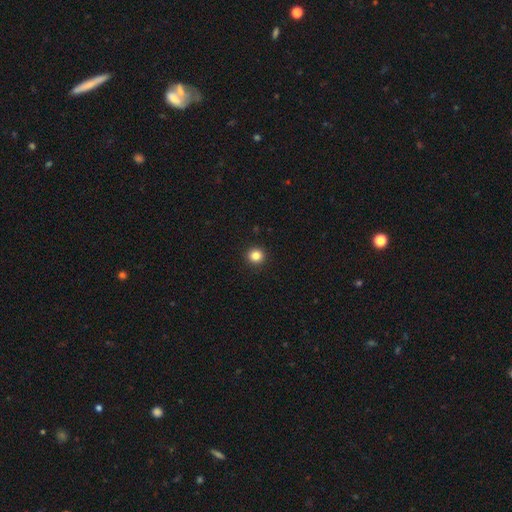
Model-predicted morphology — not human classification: Q: Smooth or featured?
A: smooth (84%); runner-up: star or artifact (12%)
Q: How rounded?
A: round (94%); runner-up: in between (5%)
Q: Merging?
A: none (94%); runner-up: minor disturbance (4%)